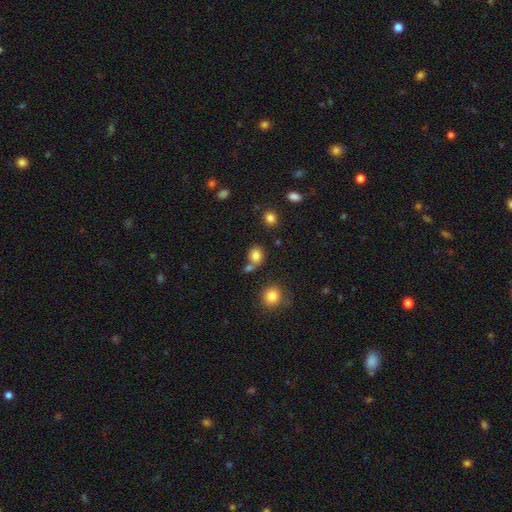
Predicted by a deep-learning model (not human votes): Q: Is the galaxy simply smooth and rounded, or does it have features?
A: smooth — 82%.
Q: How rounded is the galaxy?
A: round — 67%.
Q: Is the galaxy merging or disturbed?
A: none — 64%.